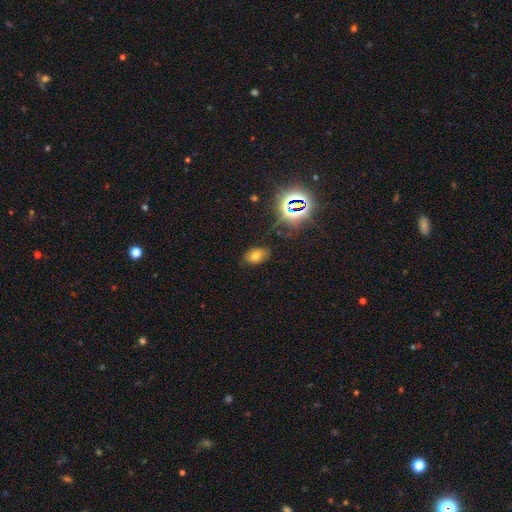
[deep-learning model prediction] smooth 64%, star or artifact 23%, featured or disk 13%. Down the decision tree: how rounded — in between (85%); merging — none (80%).